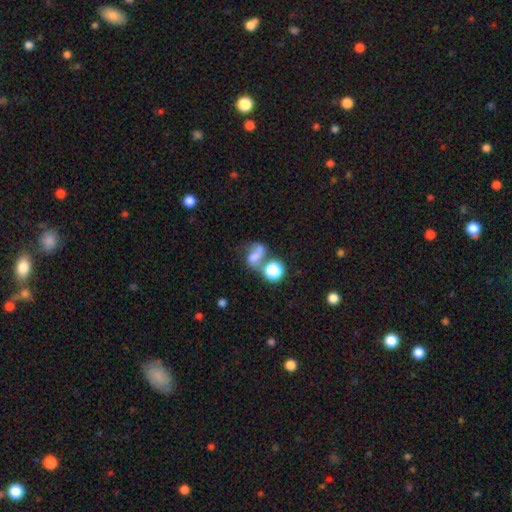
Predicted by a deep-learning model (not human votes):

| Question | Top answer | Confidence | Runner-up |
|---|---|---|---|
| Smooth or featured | smooth | 46% | featured or disk (35%) |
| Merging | merger | 37% | none (28%) |